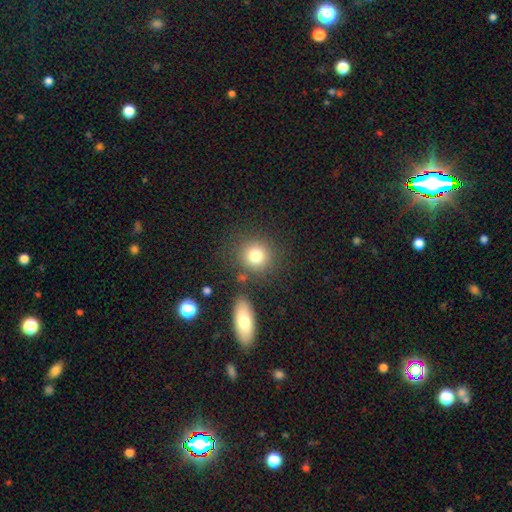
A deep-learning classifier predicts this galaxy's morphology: Q: Smooth or featured?
A: smooth (81%); runner-up: star or artifact (10%)
Q: How rounded?
A: round (87%); runner-up: in between (12%)
Q: Merging?
A: none (78%); runner-up: minor disturbance (9%)